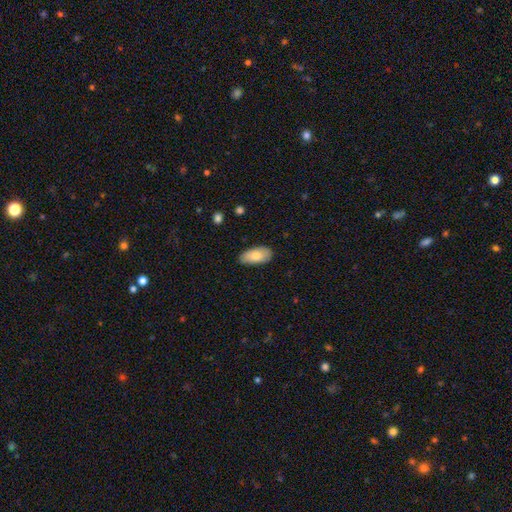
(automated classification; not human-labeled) smooth 79%, featured or disk 15%, star or artifact 6%. Down the decision tree: how rounded — in between (92%); merging — none (80%).